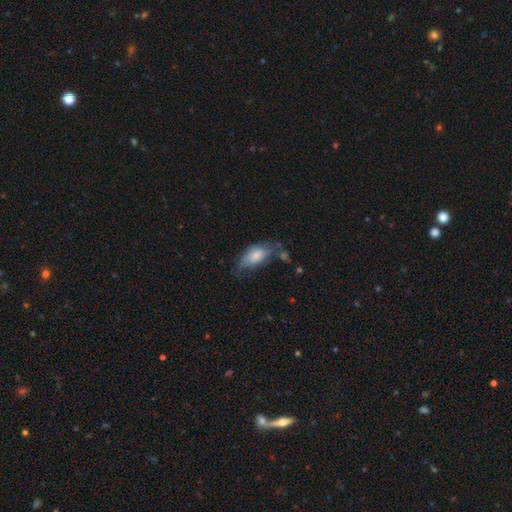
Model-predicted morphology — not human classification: Smooth or featured? Predicted: smooth (p=0.63). How rounded? Predicted: in between (p=0.90). Merging? Predicted: none (p=0.35).